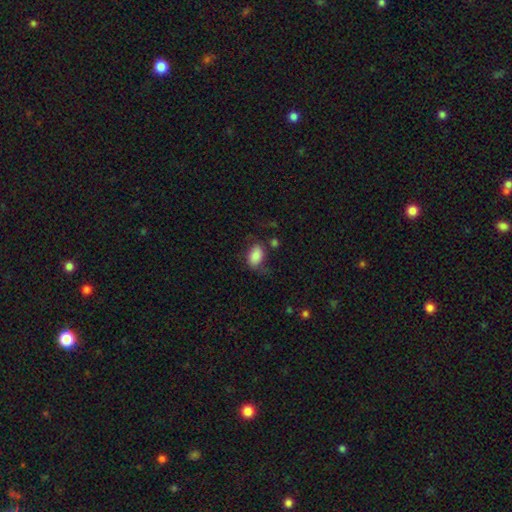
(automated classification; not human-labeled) smooth_or_featured: smooth (p=0.80) [alt: featured or disk p=0.12]
how_rounded: in between (p=0.87) [alt: round p=0.11]
merging: none (p=0.57) [alt: minor disturbance p=0.24]